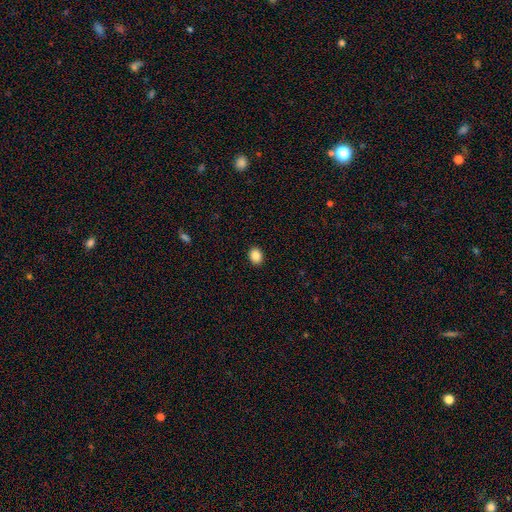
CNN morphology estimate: The model was most divided on "how rounded": in between: 53%, round: 46%, cigar-shaped: 1%. More confident: merging — none (91%); smooth or featured — smooth (87%).